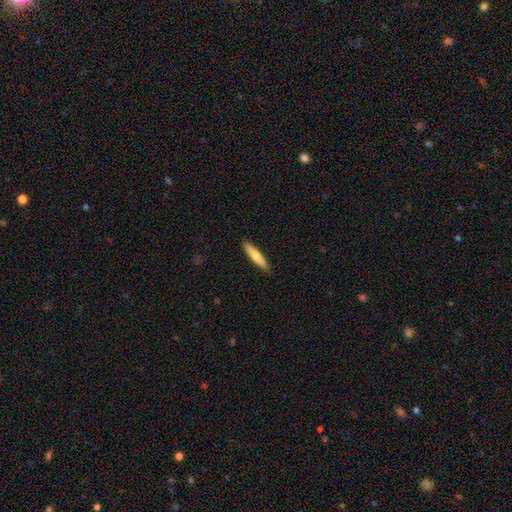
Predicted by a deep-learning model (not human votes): Smooth or featured?
  - smooth: 59% *
  - featured or disk: 35%
  - star or artifact: 5%
How rounded?
  - cigar-shaped: 84% *
  - in between: 14%
  - round: 2%
Merging?
  - none: 89% *
  - minor disturbance: 8%
  - major disturbance: 2%
  - merger: 1%